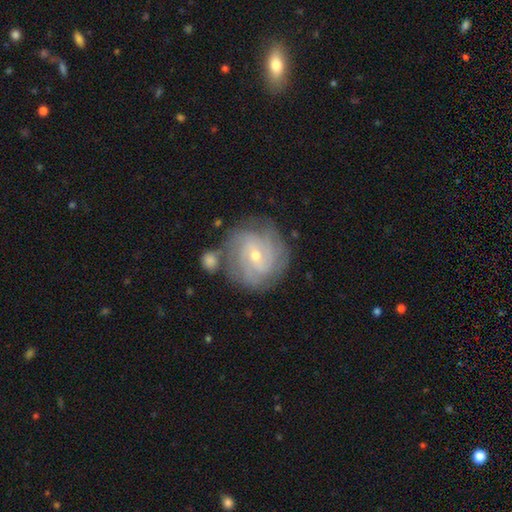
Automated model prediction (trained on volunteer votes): smooth_or_featured: featured or disk (p=0.81) [alt: smooth p=0.12]
disk_edge_on: no (p=0.97) [alt: yes p=0.03]
bar: weak (p=0.49) [alt: no p=0.40]
has_spiral_arms: yes (p=0.94) [alt: no p=0.06]
spiral_winding: tight (p=0.68) [alt: medium p=0.26]
spiral_arm_count: can't tell (p=0.35) [alt: 4 p=0.21]
bulge_size: small (p=0.55) [alt: moderate p=0.42]
merging: none (p=0.71) [alt: minor disturbance p=0.15]